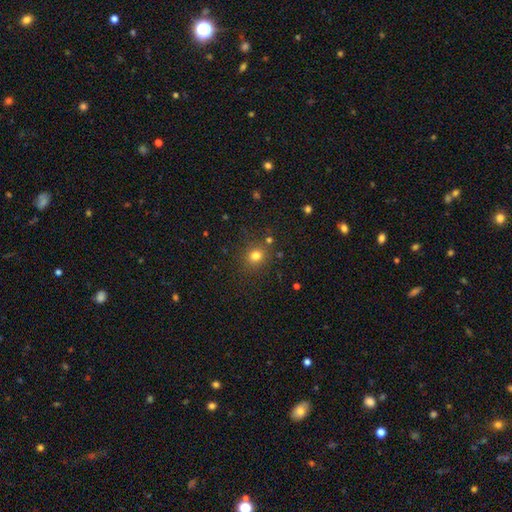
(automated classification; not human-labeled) This appears to be a smooth galaxy with no disk features (77%) that is round (83%). Merging: none (83%).